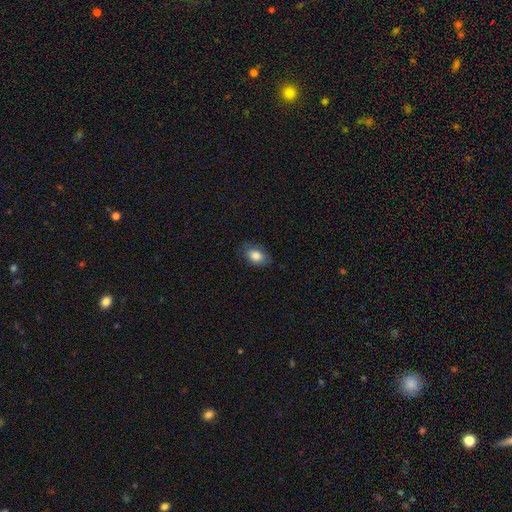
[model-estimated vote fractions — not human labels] This is clearly a smooth galaxy (83%). How rounded: clearly in between (85%). Merging: likely none (77%).